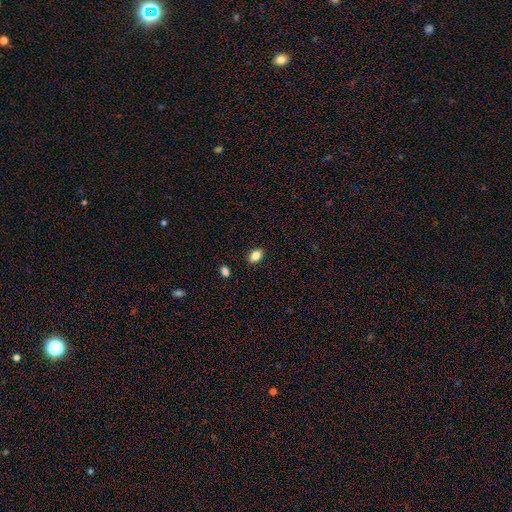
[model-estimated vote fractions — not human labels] Smooth or featured: smooth — 84% (star or artifact — 9%)
How rounded: in between — 83% (round — 15%)
Merging: none — 88% (minor disturbance — 8%)